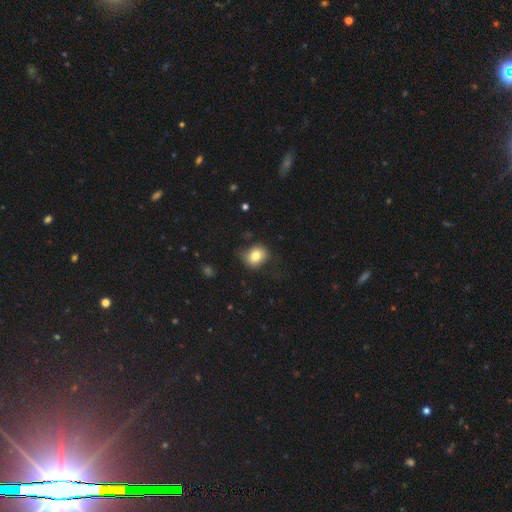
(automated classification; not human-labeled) A smooth galaxy with no disk features (79%) that is round (59%). Merging: none (69%).